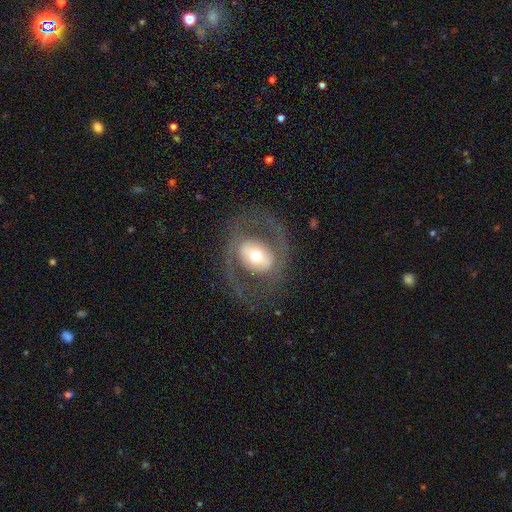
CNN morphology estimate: Smooth or featured? Predicted: featured or disk (p=0.69). Edge-on disk? Predicted: no (p=0.95). Bar? Predicted: no (p=0.45). Spiral arms? Predicted: yes (p=0.51). Bulge size? Predicted: moderate (p=0.65). Merging? Predicted: none (p=0.73).